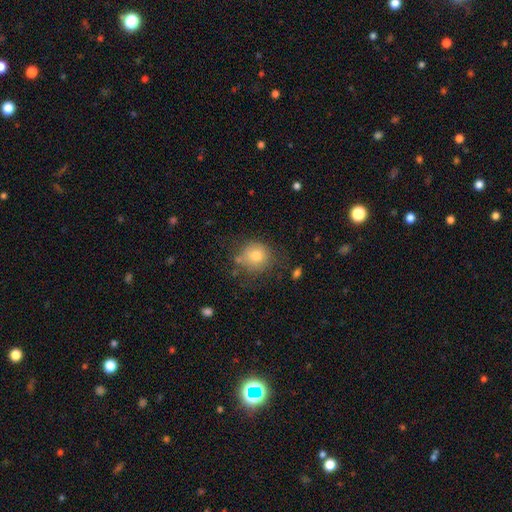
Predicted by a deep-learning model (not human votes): smooth_or_featured: smooth (p=0.77) [alt: star or artifact p=0.12]
how_rounded: round (p=0.88) [alt: in between p=0.11]
merging: none (p=0.72) [alt: minor disturbance p=0.17]